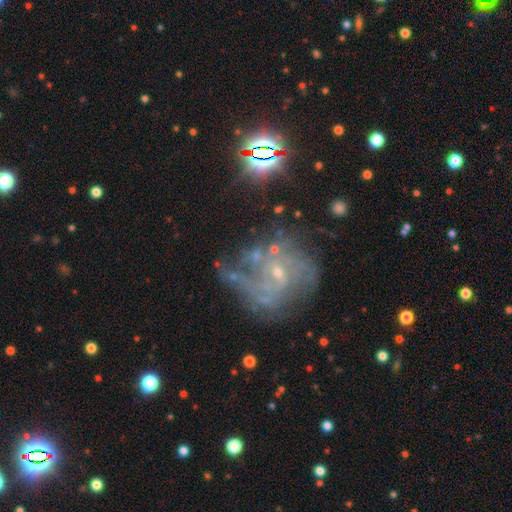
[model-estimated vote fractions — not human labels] Smooth or featured? featured or disk (77%)
Edge-on disk? no (97%)
Bar? no (53%)
Spiral arms? yes (85%)
Spiral winding? tight (42%)
Spiral arm count? can't tell (37%)
Bulge size? small (74%)
Merging? none (48%)